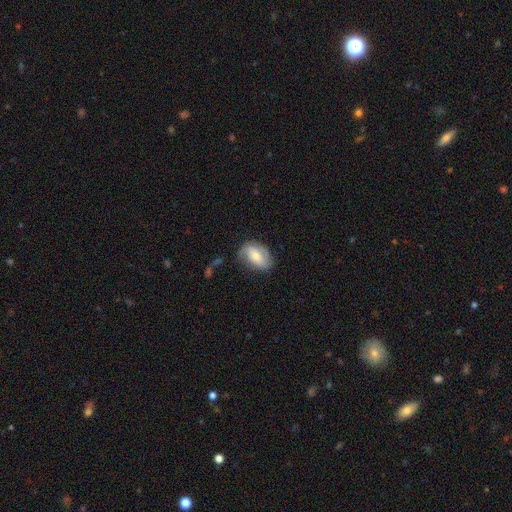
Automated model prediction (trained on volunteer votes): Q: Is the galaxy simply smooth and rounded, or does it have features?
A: featured or disk — 47%.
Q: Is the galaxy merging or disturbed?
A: none — 60%.